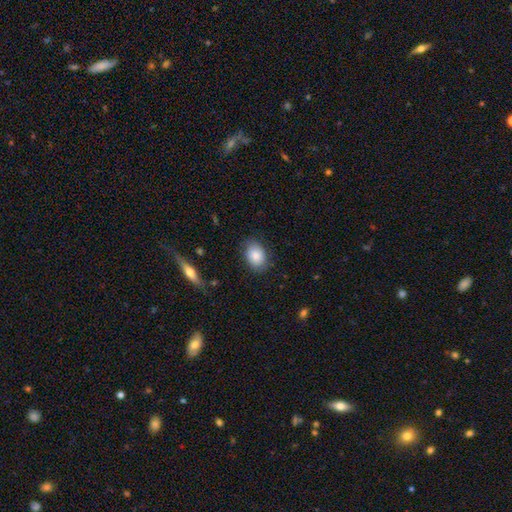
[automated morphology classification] smooth_or_featured: smooth (p=0.84) [alt: featured or disk p=0.09]
how_rounded: in between (p=0.74) [alt: round p=0.25]
merging: none (p=0.81) [alt: minor disturbance p=0.14]